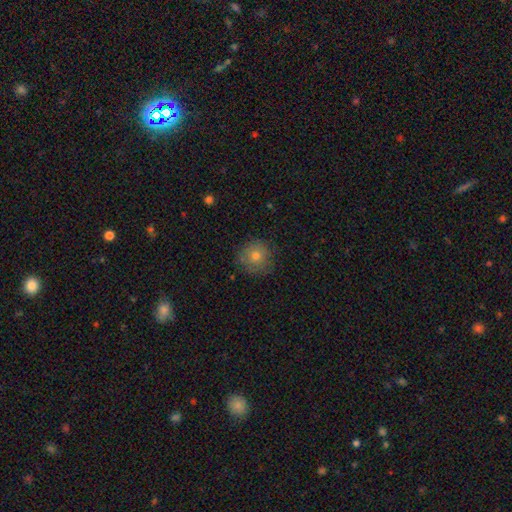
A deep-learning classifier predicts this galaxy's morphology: The model was most divided on "smooth or featured": smooth: 72%, featured or disk: 15%, star or artifact: 13%. More confident: how rounded — round (93%); merging — none (83%).